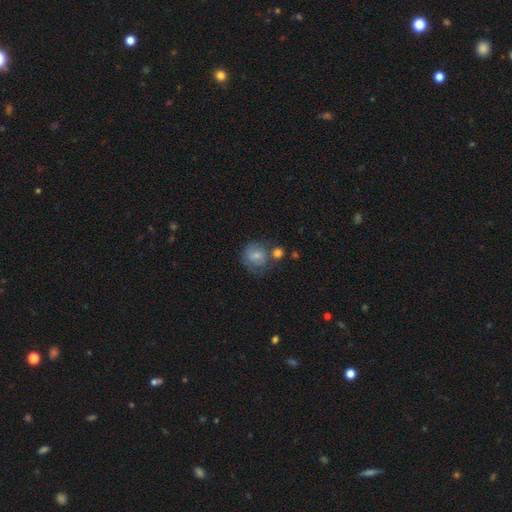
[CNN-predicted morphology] This is likely a smooth galaxy (68%). How rounded: likely round (78%). Merging: marginally none (44%).